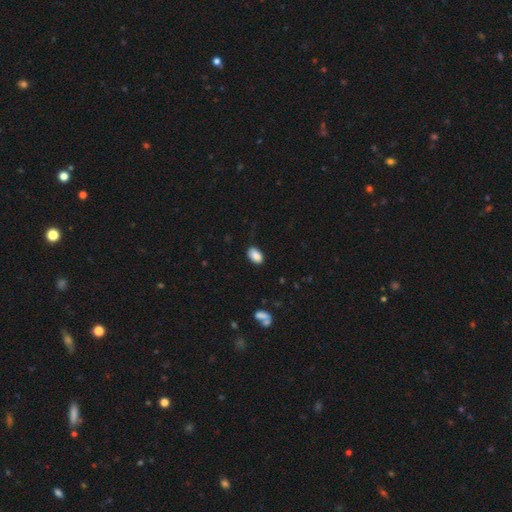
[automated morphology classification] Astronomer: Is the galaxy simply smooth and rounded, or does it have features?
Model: smooth — 88%.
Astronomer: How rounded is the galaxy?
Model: in between — 92%.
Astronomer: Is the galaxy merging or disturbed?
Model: none — 82%.